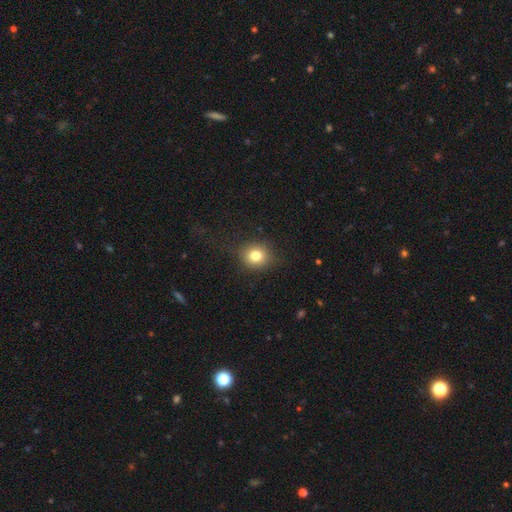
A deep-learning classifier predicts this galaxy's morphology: smooth-or-featured: smooth: 80% | star or artifact: 12% | featured or disk: 8%
  how-rounded: round: 83% | in between: 16% | cigar-shaped: 1%
  merging: none: 84% | minor disturbance: 10% | major disturbance: 5% | merger: 1%